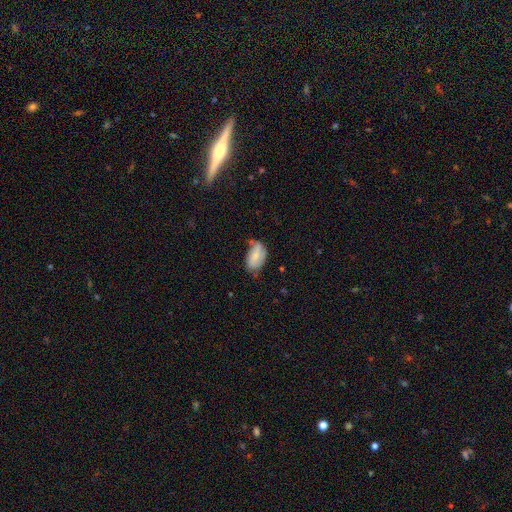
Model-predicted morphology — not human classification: This appears to be a smooth galaxy with no disk features (65%) that is in between round and cigar-shaped (92%). Merging: none (41%).